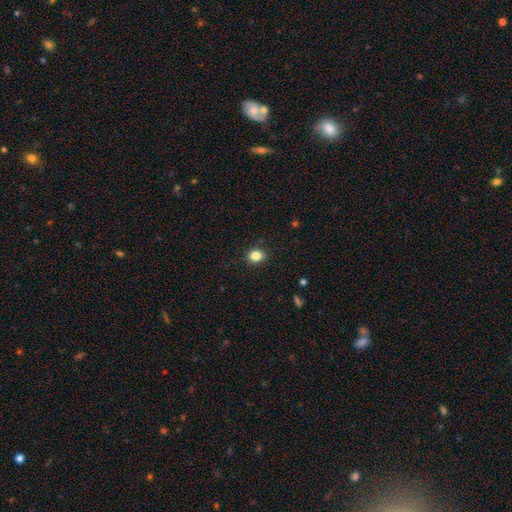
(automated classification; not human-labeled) This appears to be a smooth galaxy with no disk features (84%) that is round (70%). Merging: none (87%).